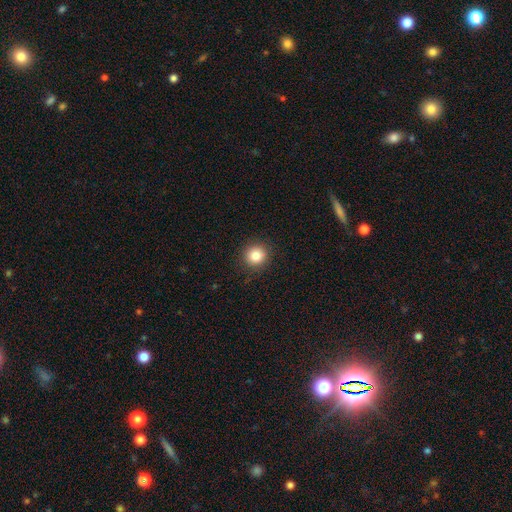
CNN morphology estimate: smooth-or-featured: smooth: 84% | star or artifact: 11% | featured or disk: 6%
  how-rounded: round: 92% | in between: 7% | cigar-shaped: 1%
  merging: none: 91% | minor disturbance: 6% | major disturbance: 2% | merger: 1%